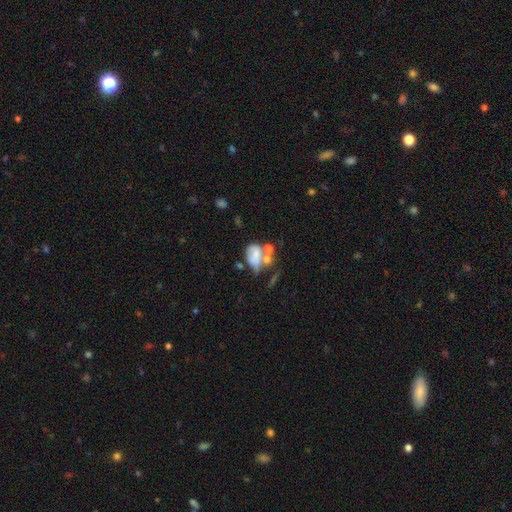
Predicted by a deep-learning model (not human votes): This is possibly a smooth galaxy (53%). How rounded: likely in between (71%). Merging: marginally merger (41%).